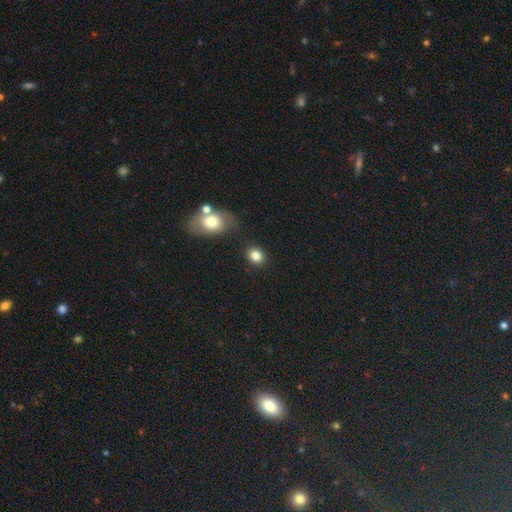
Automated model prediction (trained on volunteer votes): Smooth or featured: smooth — 83% (star or artifact — 11%)
How rounded: round — 66% (in between — 33%)
Merging: none — 83% (minor disturbance — 9%)